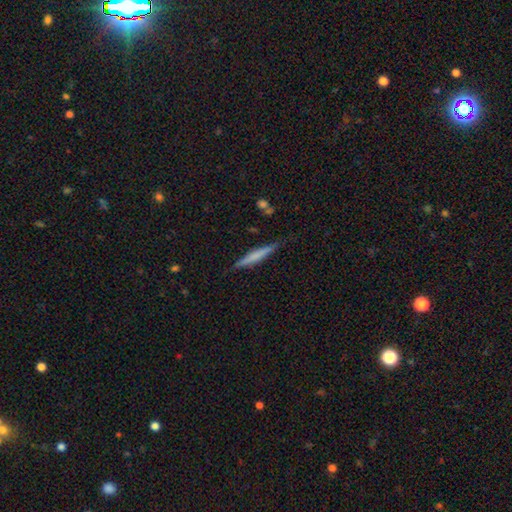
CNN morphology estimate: Smooth or featured: smooth — 53% (featured or disk — 41%)
How rounded: cigar-shaped — 94% (in between — 5%)
Merging: none — 85% (minor disturbance — 11%)